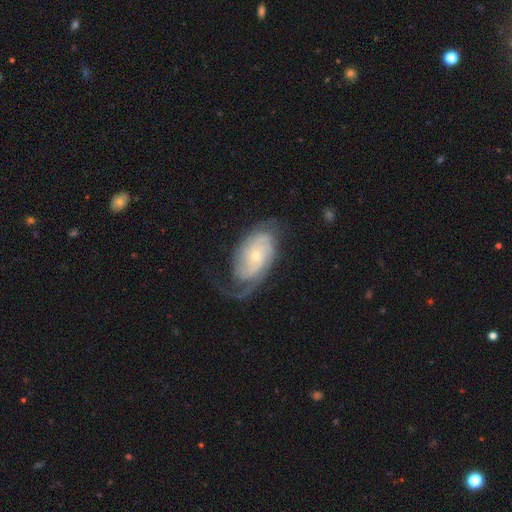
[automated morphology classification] A featured or disk galaxy (83%) with no bar (70%), 2 (44%) tight (51%) spiral arms (95%) and a small central bulge (72%).

Vote fractions:
- Smooth or featured? featured or disk: 83% / smooth: 11% / star or artifact: 5%
- Edge-on disk? no: 95% / yes: 5%
- Bar? no: 70% / weak: 24% / strong: 6%
- Spiral arms? yes: 95% / no: 5%
- Spiral winding? tight: 51% / medium: 34% / loose: 15%
- Spiral arm count? 2: 44% / can't tell: 24% / 3: 12% / 1: 11% / 4: 5% / more than 4: 4%
- Bulge size? small: 72% / moderate: 24% / none: 2% / large: 2% / dominant: 1%
- Merging? none: 59% / minor disturbance: 21% / major disturbance: 18% / merger: 1%